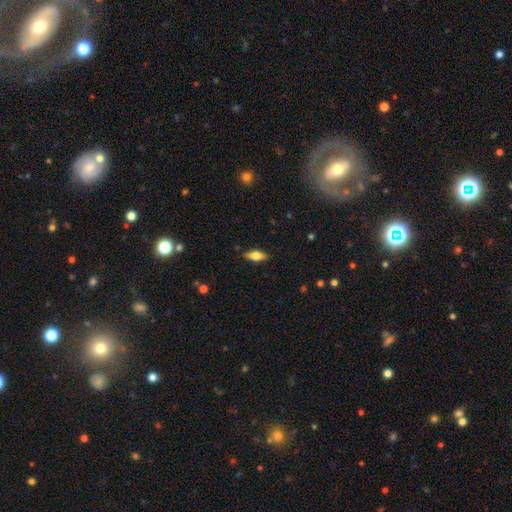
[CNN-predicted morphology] Smooth or featured? smooth (65%)
How rounded? in between (74%)
Merging? none (86%)